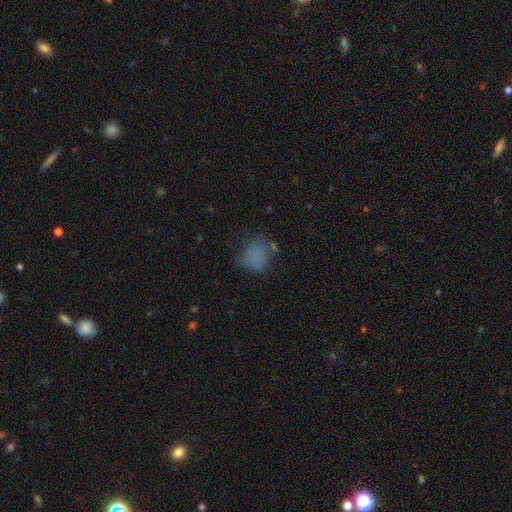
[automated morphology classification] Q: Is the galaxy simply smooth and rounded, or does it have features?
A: smooth — 71%.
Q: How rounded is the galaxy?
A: round — 55%.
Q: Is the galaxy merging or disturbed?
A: none — 54%.